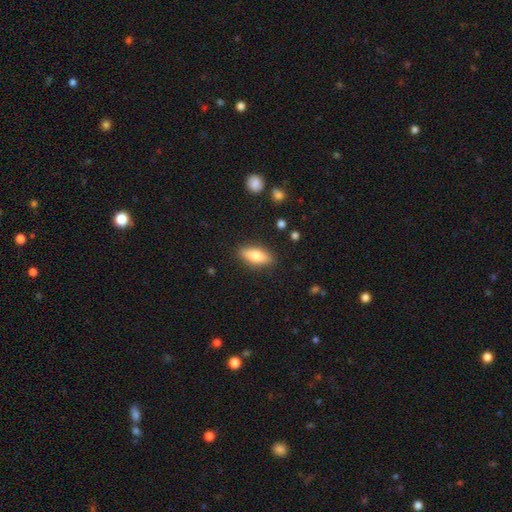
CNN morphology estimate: smooth 73%, featured or disk 21%, star or artifact 7%. Down the decision tree: how rounded — in between (75%); merging — none (86%).